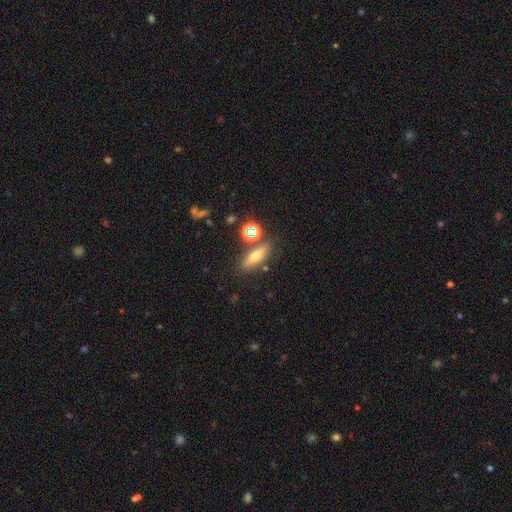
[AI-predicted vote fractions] smooth-or-featured: smooth: 51% | featured or disk: 34% | star or artifact: 16%
  how-rounded: cigar-shaped: 50% | in between: 40% | round: 10%
  merging: none: 75% | minor disturbance: 11% | merger: 10% | major disturbance: 4%